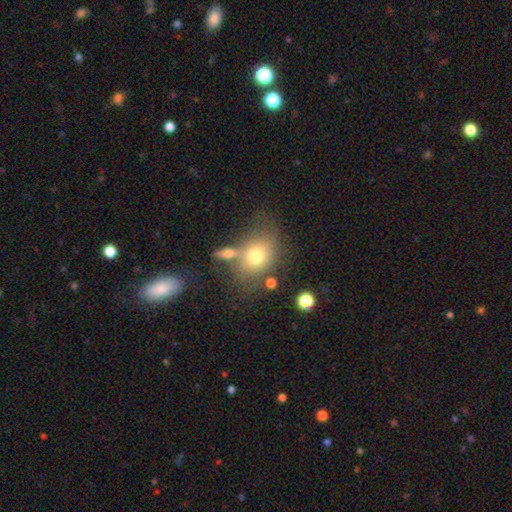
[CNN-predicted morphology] A smooth galaxy with no disk features (71%) that is in between round and cigar-shaped (58%).

Vote fractions:
- Smooth or featured? smooth: 71% / featured or disk: 18% / star or artifact: 12%
- How rounded? in between: 58% / round: 41% / cigar-shaped: 2%
- Merging? none: 52% / merger: 20% / minor disturbance: 17% / major disturbance: 11%